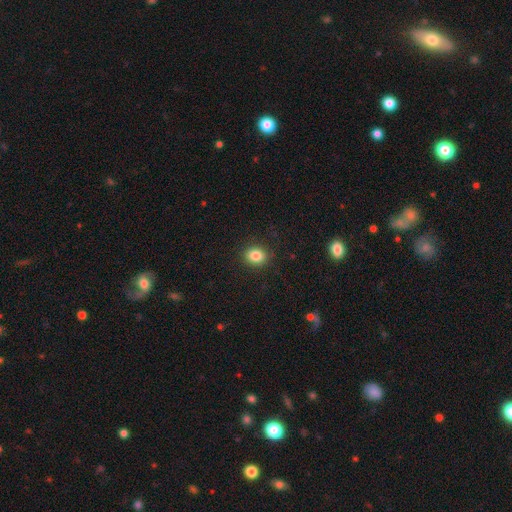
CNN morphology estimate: smooth_or_featured: smooth (p=0.85) [alt: star or artifact p=0.10]
how_rounded: round (p=0.55) [alt: in between p=0.44]
merging: none (p=0.89) [alt: minor disturbance p=0.08]